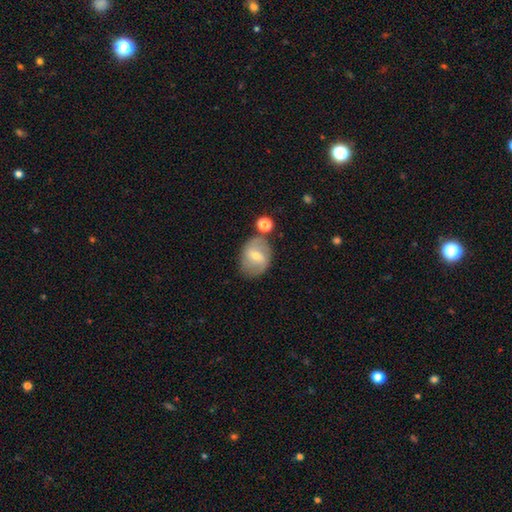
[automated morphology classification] Smooth or featured: featured or disk — 52% (smooth — 40%)
Edge-on disk: no — 96% (yes — 4%)
Merging: none — 64% (minor disturbance — 19%)